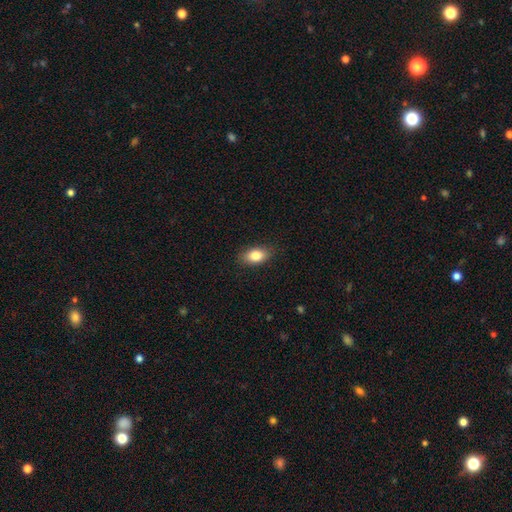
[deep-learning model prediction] smooth 84%, featured or disk 9%, star or artifact 8%. Down the decision tree: how rounded — in between (88%); merging — none (86%).